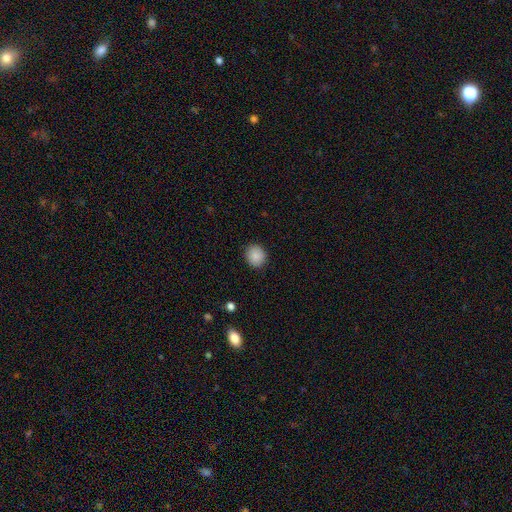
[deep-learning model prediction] Q: Smooth or featured?
A: smooth (88%); runner-up: star or artifact (9%)
Q: How rounded?
A: round (79%); runner-up: in between (20%)
Q: Merging?
A: none (90%); runner-up: minor disturbance (7%)